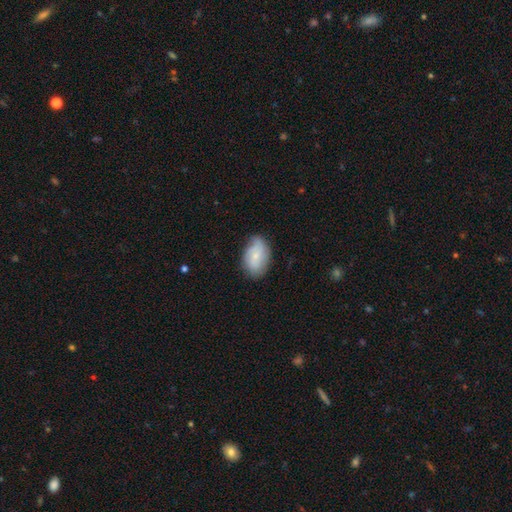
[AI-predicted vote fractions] This appears to be a smooth galaxy with no disk features (58%) that is in between round and cigar-shaped (89%). Merging: none (66%).